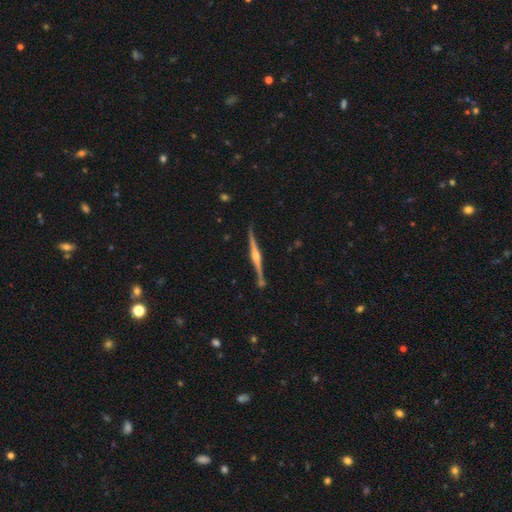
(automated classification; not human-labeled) A featured or disk galaxy (87%) viewed edge-on (98%) with a rounded central bulge (91%).

Vote fractions:
- Smooth or featured? featured or disk: 87% / smooth: 8% / star or artifact: 5%
- Edge-on disk? yes: 98% / no: 2%
- Edge-on bulge? rounded: 91% / boxy: 6% / none: 3%
- Merging? none: 84% / minor disturbance: 10% / merger: 4% / major disturbance: 2%